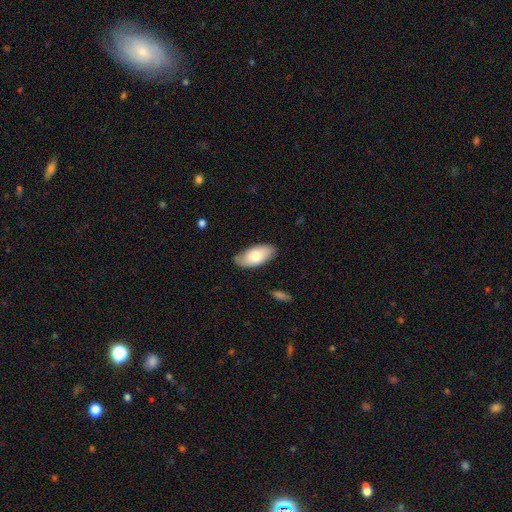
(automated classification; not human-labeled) The model was most divided on "smooth or featured": smooth: 75%, featured or disk: 19%, star or artifact: 6%. More confident: how rounded — in between (94%); merging — none (80%).